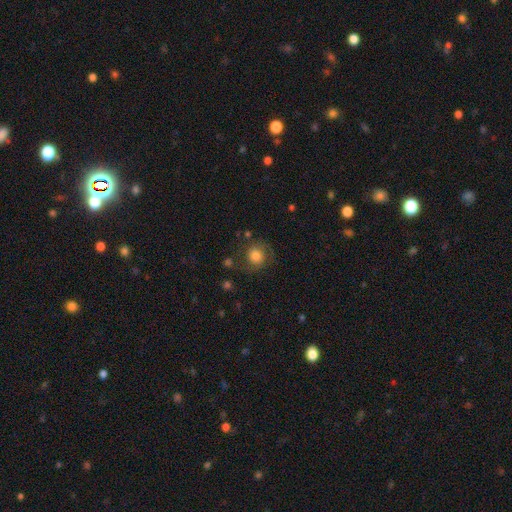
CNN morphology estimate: smooth-or-featured: smooth: 61% | featured or disk: 28% | star or artifact: 11%
  how-rounded: round: 86% | in between: 13% | cigar-shaped: 1%
  merging: none: 68% | minor disturbance: 17% | major disturbance: 12% | merger: 3%